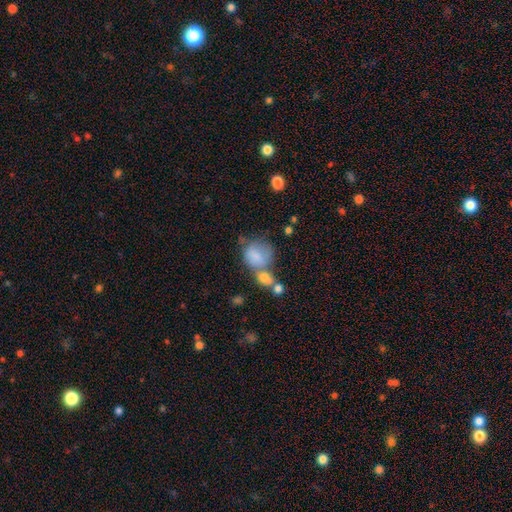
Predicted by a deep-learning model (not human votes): This appears to be a smooth galaxy with no disk features (74%) that is round (60%). Merging: merger (48%).